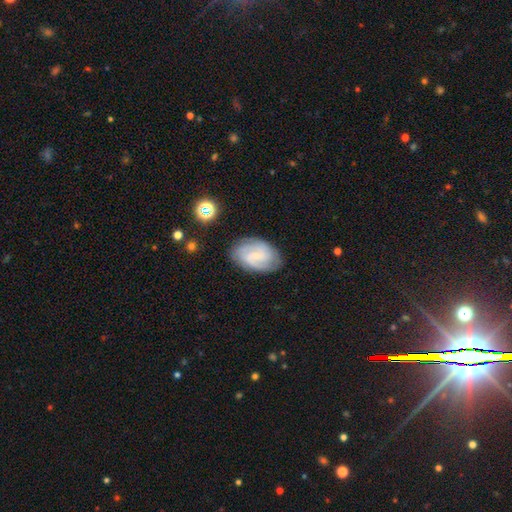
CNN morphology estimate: featured or disk 74%, smooth 19%, star or artifact 7%. Down the decision tree: edge-on disk — no (97%); bar — weak (49%); spiral arms — yes (95%); spiral arm count — 2 (44%); spiral winding — tight (52%); bulge size — small (69%); merging — none (78%).